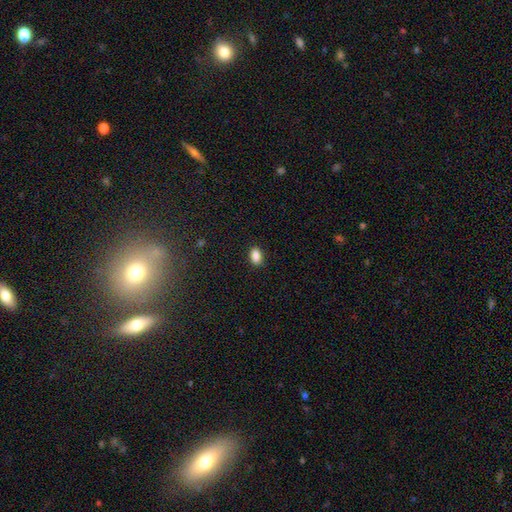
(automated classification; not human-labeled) A smooth galaxy with no disk features (88%) that is in between round and cigar-shaped (87%). Merging: none (88%).